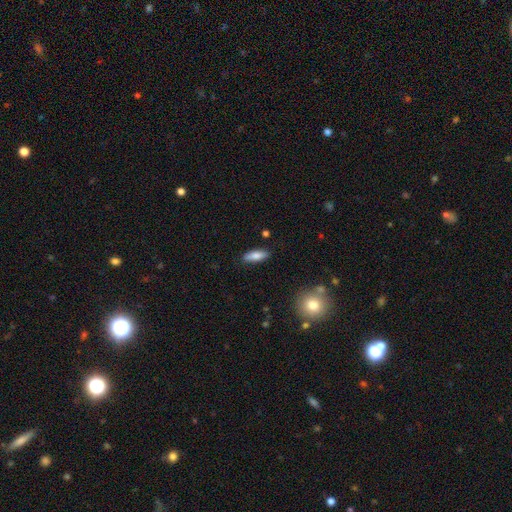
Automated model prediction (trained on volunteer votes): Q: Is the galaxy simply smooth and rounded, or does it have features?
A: smooth — 78%.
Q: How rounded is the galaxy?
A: in between — 57%.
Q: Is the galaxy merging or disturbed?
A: none — 87%.